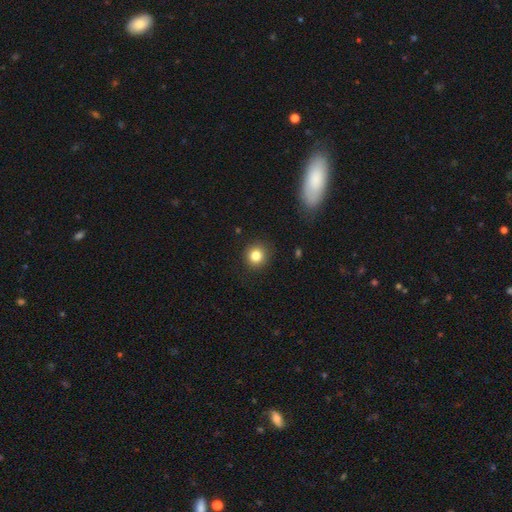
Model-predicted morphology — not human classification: This is clearly a smooth galaxy (82%). How rounded: clearly round (92%). Merging: clearly none (90%).